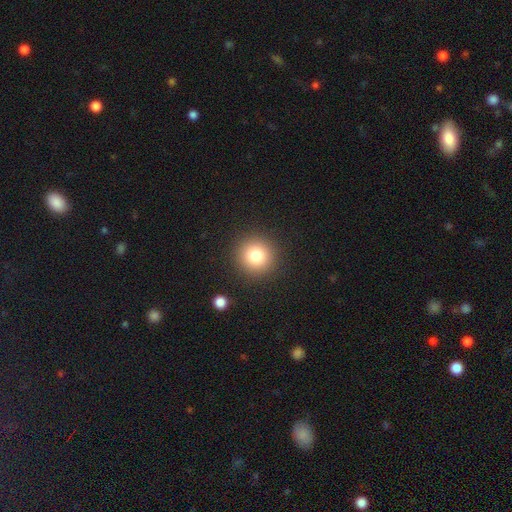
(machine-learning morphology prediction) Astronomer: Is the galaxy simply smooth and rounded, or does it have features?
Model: smooth — 80%.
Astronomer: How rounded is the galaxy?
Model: round — 94%.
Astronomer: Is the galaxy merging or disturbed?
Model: none — 90%.